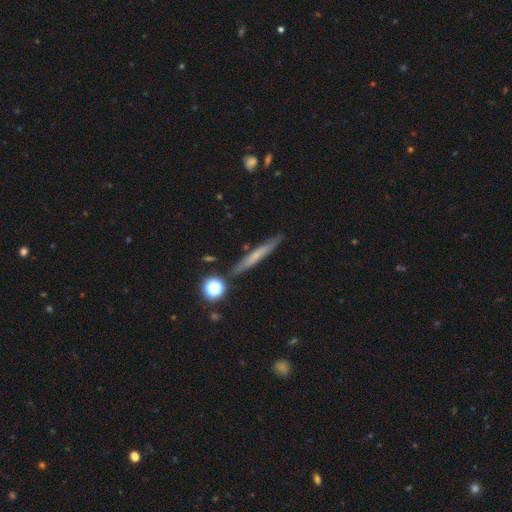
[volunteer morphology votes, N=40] This is possibly a featured or disk galaxy (48%). It is clearly viewed edge-on (89%). Edge-on bulge: likely none (65%). Merging: likely none (73%).